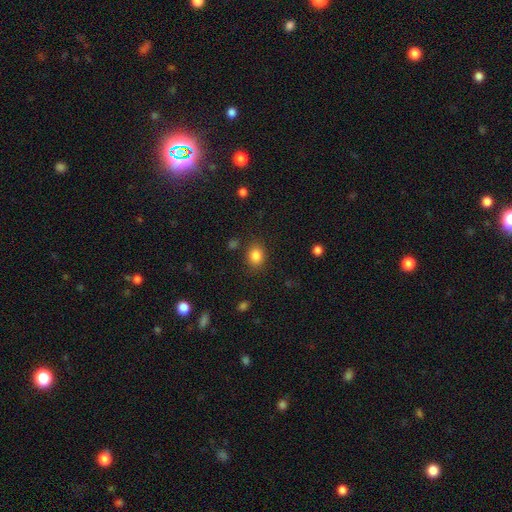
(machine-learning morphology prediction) Q: Smooth or featured?
A: smooth (84%); runner-up: star or artifact (11%)
Q: How rounded?
A: round (54%); runner-up: in between (45%)
Q: Merging?
A: none (84%); runner-up: minor disturbance (10%)